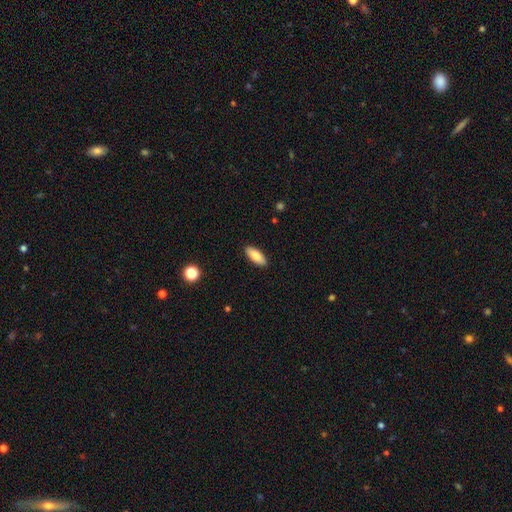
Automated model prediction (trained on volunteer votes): Smooth or featured? smooth (86%)
How rounded? in between (77%)
Merging? none (89%)